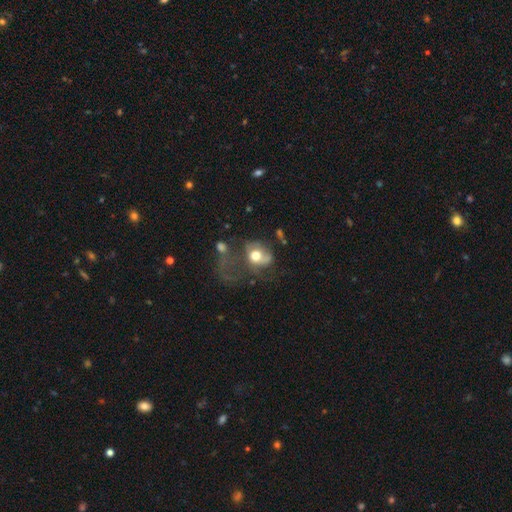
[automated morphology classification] smooth_or_featured: smooth (p=0.52) [alt: featured or disk p=0.39]
how_rounded: round (p=0.55) [alt: in between p=0.44]
merging: major disturbance (p=0.57) [alt: none p=0.17]